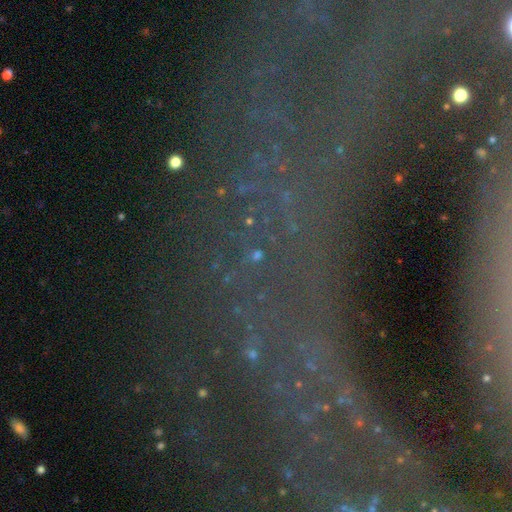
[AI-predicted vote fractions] star or artifact 71%, featured or disk 16%, smooth 13%.